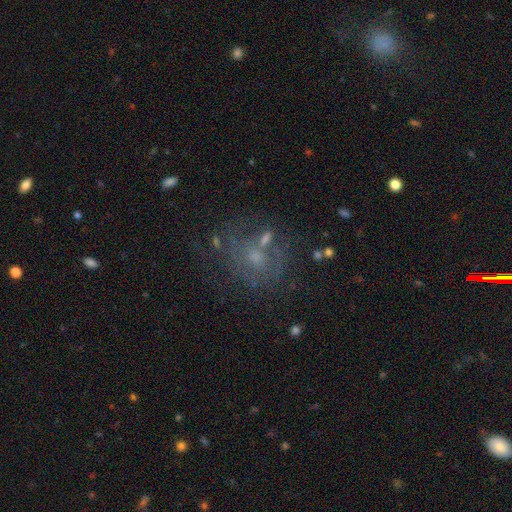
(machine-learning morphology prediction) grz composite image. It shows a featured or disk galaxy (41%). Merging: none (58%).